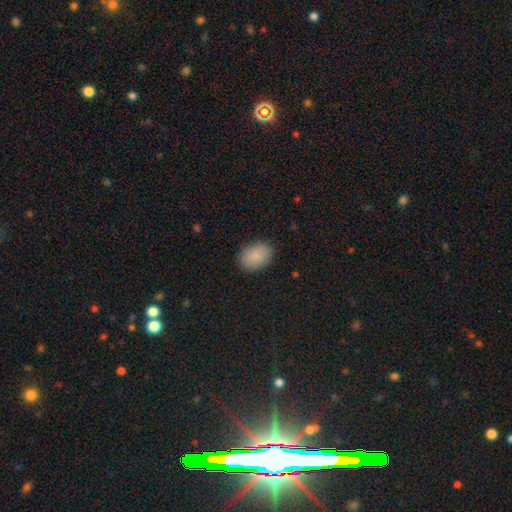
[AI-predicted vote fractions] A smooth galaxy with no disk features (88%) that is in between round and cigar-shaped (81%). Merging: none (87%).